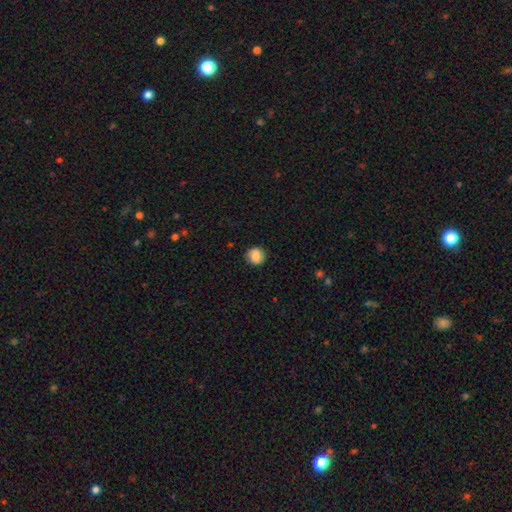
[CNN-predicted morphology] smooth_or_featured: smooth (p=0.83) [alt: featured or disk p=0.09]
how_rounded: round (p=0.86) [alt: in between p=0.13]
merging: none (p=0.86) [alt: minor disturbance p=0.10]